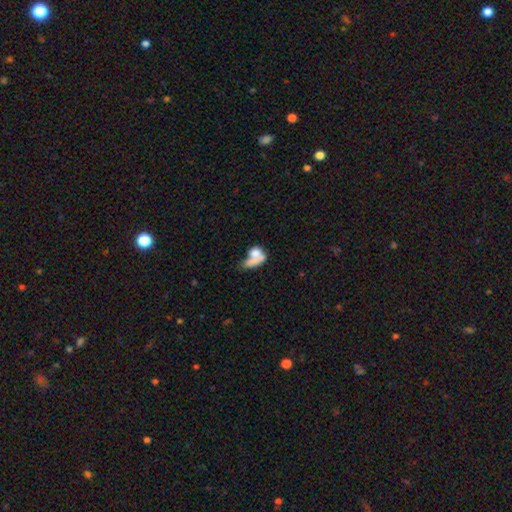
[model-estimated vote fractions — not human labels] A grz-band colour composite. It shows a smooth galaxy with no disk features (63%) that is in between round and cigar-shaped (70%). Merging: merger (42%).